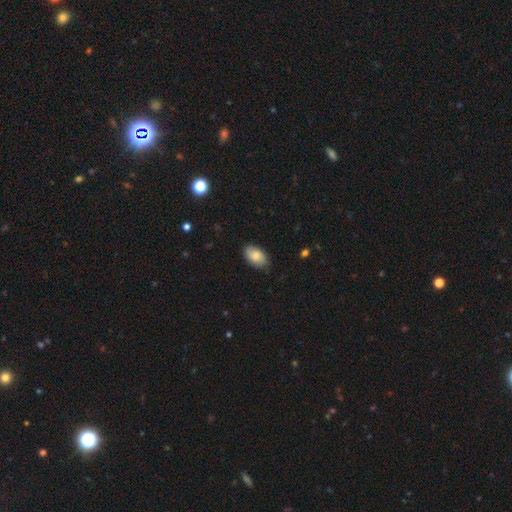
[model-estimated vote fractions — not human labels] The model was most divided on "merging": none: 83%, minor disturbance: 14%, major disturbance: 2%, merger: 1%. More confident: how rounded — in between (93%); smooth or featured — smooth (83%).